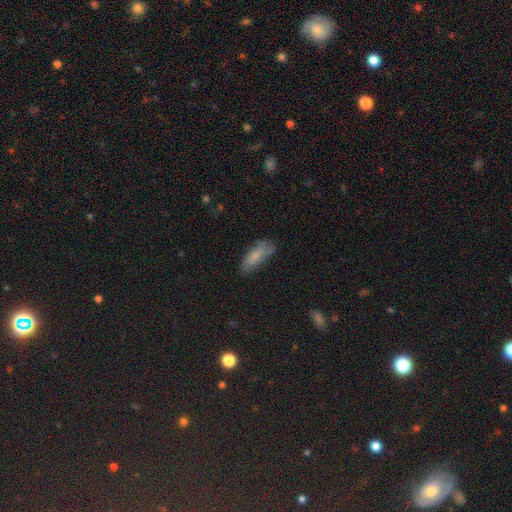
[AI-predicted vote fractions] A smooth galaxy with no disk features (75%) that is in between round and cigar-shaped (66%).

Vote fractions:
- Smooth or featured? smooth: 75% / featured or disk: 17% / star or artifact: 8%
- How rounded? in between: 66% / cigar-shaped: 32% / round: 2%
- Merging? none: 64% / minor disturbance: 26% / major disturbance: 7% / merger: 2%